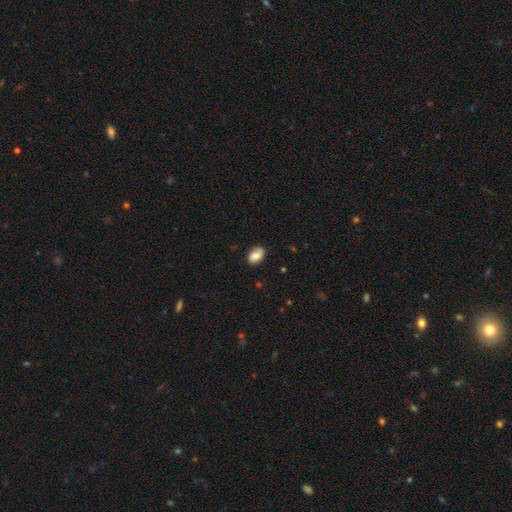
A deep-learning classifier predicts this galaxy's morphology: Smooth or featured: smooth — 75% (featured or disk — 17%)
How rounded: in between — 86% (round — 12%)
Merging: none — 73% (minor disturbance — 20%)